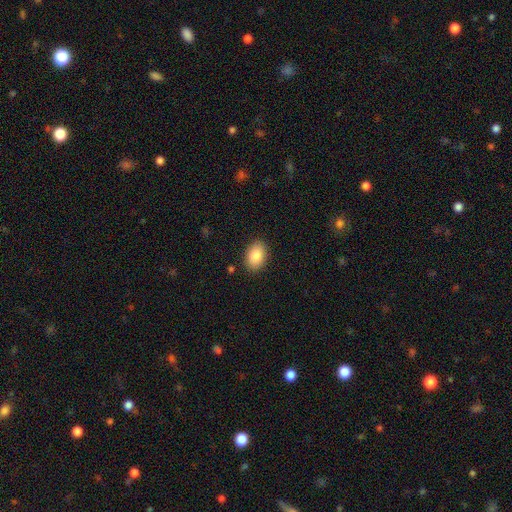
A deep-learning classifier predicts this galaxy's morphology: This appears to be a smooth galaxy with no disk features (86%) that is in between round and cigar-shaped (85%). Merging: none (88%).